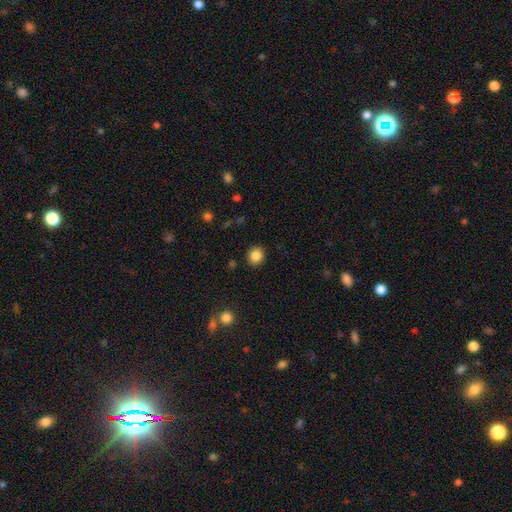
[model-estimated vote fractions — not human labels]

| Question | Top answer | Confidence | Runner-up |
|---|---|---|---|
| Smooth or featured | smooth | 85% | star or artifact (10%) |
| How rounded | round | 87% | in between (12%) |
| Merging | none | 90% | minor disturbance (6%) |